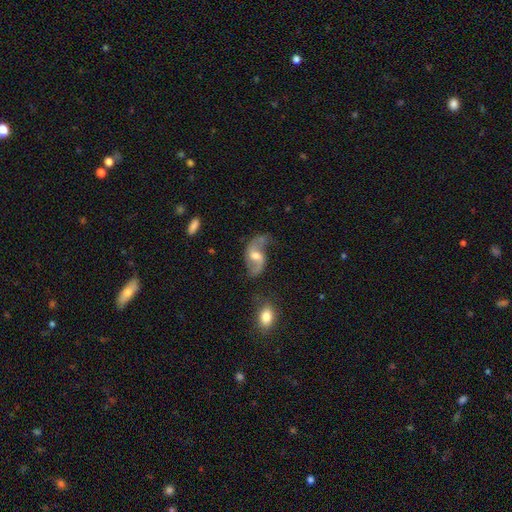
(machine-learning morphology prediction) type=featured or disk (85%); edge-on=no (97%); bar=weak (46%); spiral arms=yes (94%); winding=loose (71%); arm count=2 (91%); bulge=moderate (63%); merging=none (62%).